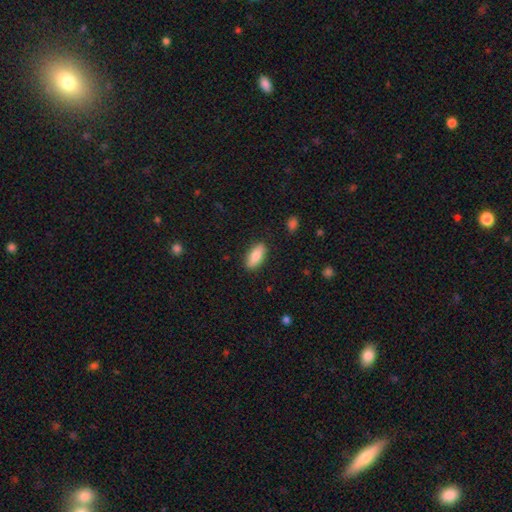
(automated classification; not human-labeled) A smooth galaxy with no disk features (83%) that is in between round and cigar-shaped (84%).

Vote fractions:
- Smooth or featured? smooth: 83% / featured or disk: 11% / star or artifact: 6%
- How rounded? in between: 84% / cigar-shaped: 14% / round: 2%
- Merging? none: 87% / minor disturbance: 9% / major disturbance: 2% / merger: 1%